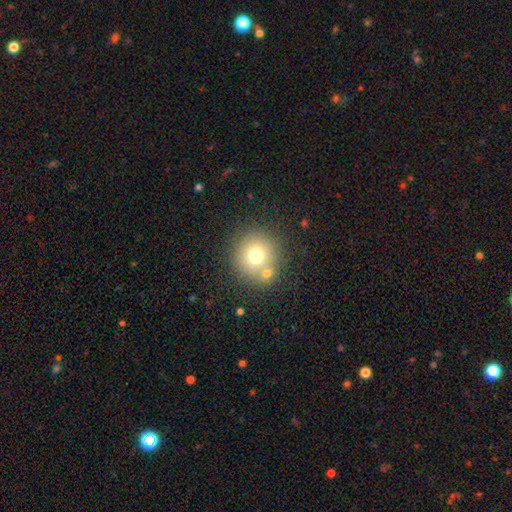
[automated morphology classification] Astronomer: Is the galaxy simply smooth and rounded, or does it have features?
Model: smooth — 72%.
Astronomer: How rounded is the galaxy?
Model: round — 92%.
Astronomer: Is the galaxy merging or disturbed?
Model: none — 69%.